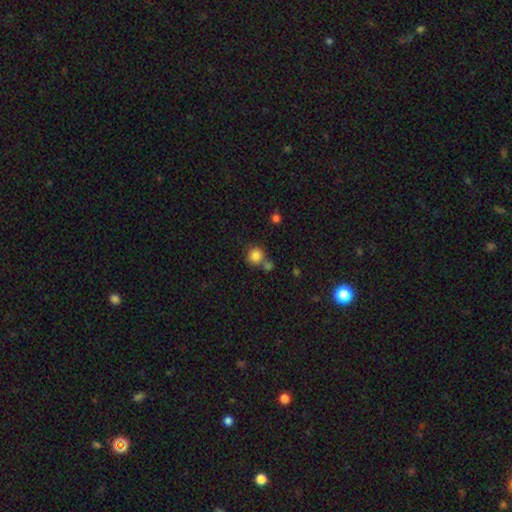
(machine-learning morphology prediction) Smooth or featured? Predicted: smooth (p=0.82). How rounded? Predicted: round (p=0.91). Merging? Predicted: none (p=0.63).